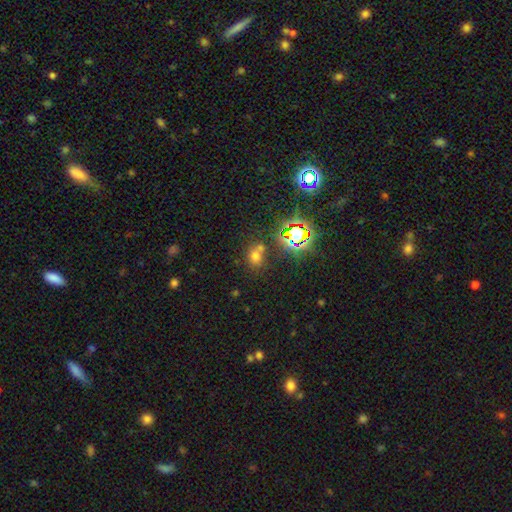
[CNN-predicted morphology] Q: Smooth or featured?
A: smooth (59%); runner-up: star or artifact (31%)
Q: How rounded?
A: round (63%); runner-up: in between (35%)
Q: Merging?
A: none (52%); runner-up: merger (32%)